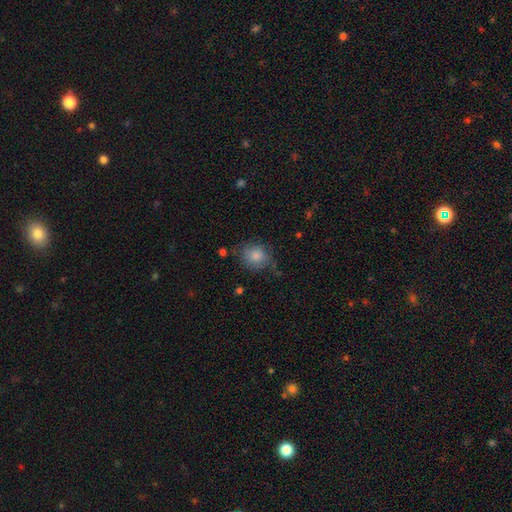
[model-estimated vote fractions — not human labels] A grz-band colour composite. It shows a smooth galaxy with no disk features (82%) that is round (73%). Merging: none (67%).